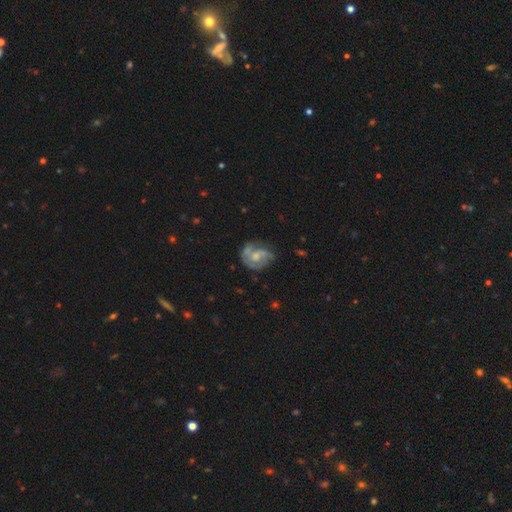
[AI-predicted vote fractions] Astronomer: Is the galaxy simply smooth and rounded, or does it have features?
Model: featured or disk — 71%.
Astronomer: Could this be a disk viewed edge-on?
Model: no — 98%.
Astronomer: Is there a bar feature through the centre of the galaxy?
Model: no — 62%.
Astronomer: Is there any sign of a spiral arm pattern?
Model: yes — 85%.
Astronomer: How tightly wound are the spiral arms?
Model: medium — 43% (runner-up: tight, 39%).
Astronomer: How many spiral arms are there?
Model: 2 — 50%.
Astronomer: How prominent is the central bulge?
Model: moderate — 44% (runner-up: small, 36%).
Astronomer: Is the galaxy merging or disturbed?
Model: none — 54%.